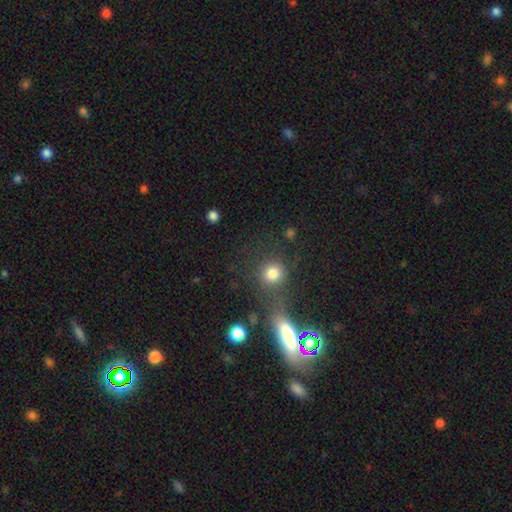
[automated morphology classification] Smooth or featured? smooth (50%)
How rounded? round (84%)
Merging? none (70%)